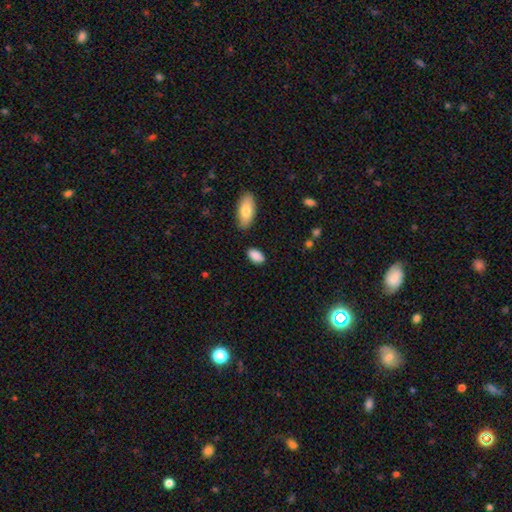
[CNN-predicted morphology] smooth-or-featured: smooth: 88% | star or artifact: 7% | featured or disk: 5%
  how-rounded: in between: 92% | round: 5% | cigar-shaped: 3%
  merging: none: 83% | minor disturbance: 12% | merger: 3% | major disturbance: 3%